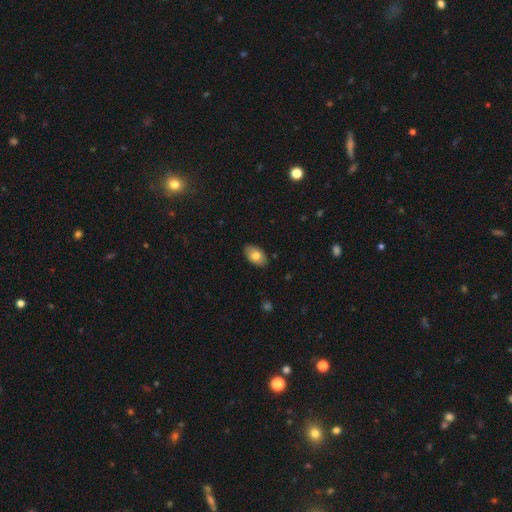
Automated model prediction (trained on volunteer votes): This is likely a smooth galaxy (80%). How rounded: clearly in between (92%). Merging: clearly none (86%).